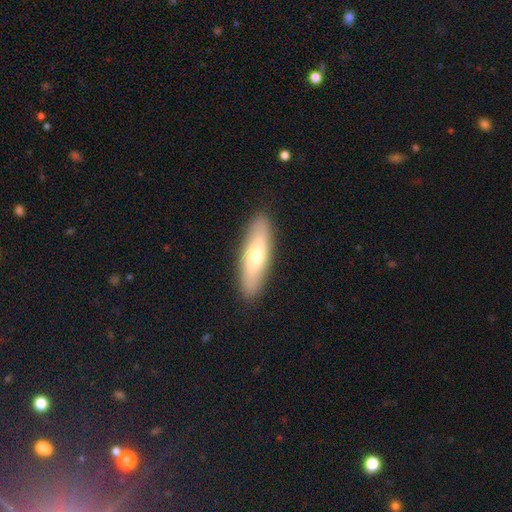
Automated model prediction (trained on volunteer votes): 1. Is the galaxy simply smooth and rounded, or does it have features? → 55% smooth, 39% featured or disk, 6% star or artifact.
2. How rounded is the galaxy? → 60% cigar-shaped, 38% in between, 2% round.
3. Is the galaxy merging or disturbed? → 90% none, 7% minor disturbance, 2% major disturbance, 1% merger.